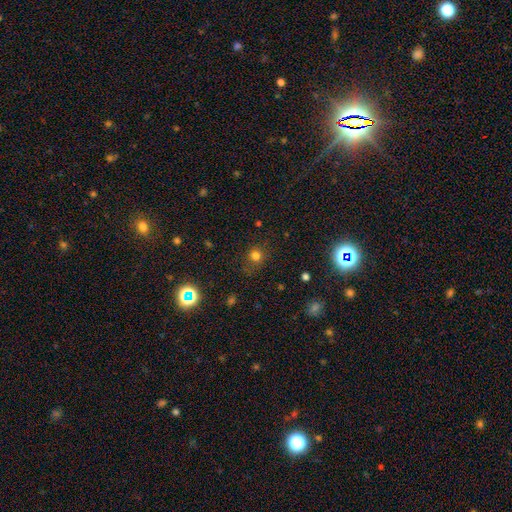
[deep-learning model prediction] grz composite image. It shows a smooth galaxy with no disk features (72%) that is round (86%). Merging: none (79%).